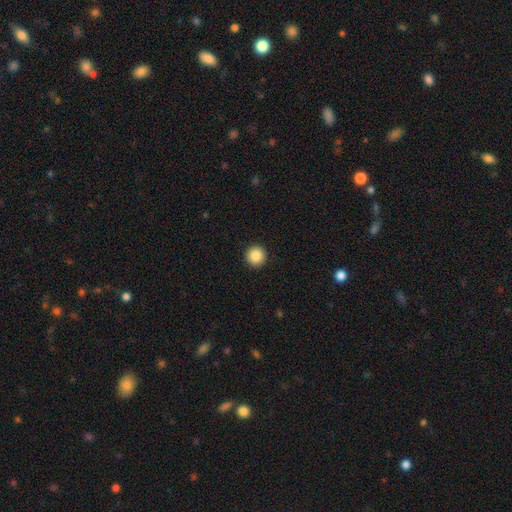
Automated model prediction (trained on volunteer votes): This is clearly a smooth galaxy (87%). How rounded: clearly round (96%). Merging: clearly none (93%).